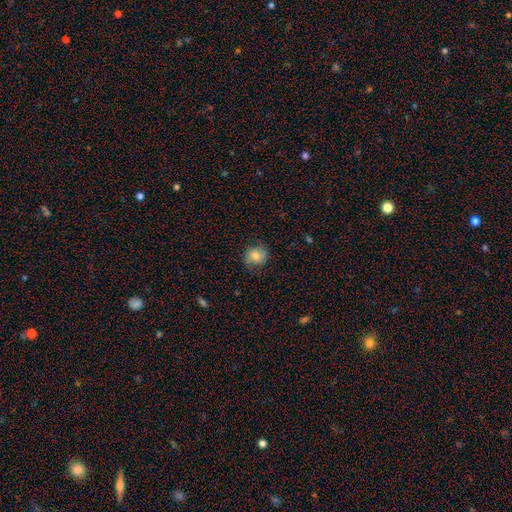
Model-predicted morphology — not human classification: Smooth or featured? smooth (72%)
How rounded? round (75%)
Merging? none (77%)